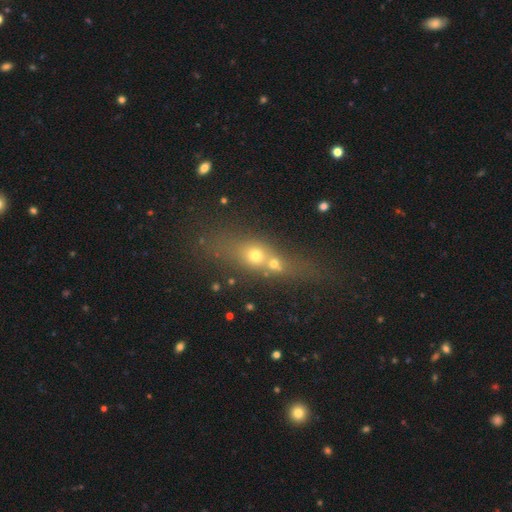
smooth 56%, featured or disk 36%, star or artifact 8%. Down the decision tree: how rounded — in between (41%); merging — none (61%).